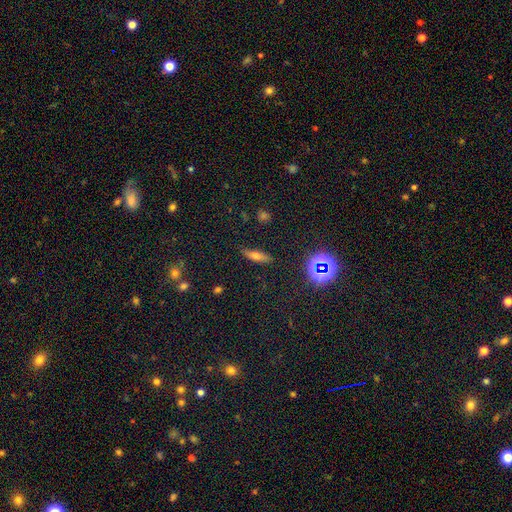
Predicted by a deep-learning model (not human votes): A smooth galaxy with no disk features (49%). Merging: none (85%).